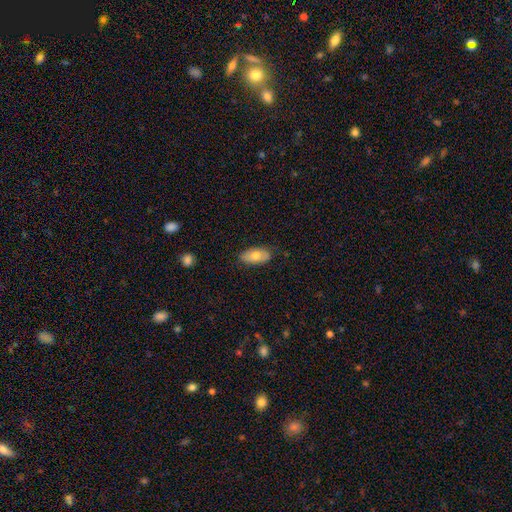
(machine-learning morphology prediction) Q: Smooth or featured?
A: smooth (72%); runner-up: featured or disk (22%)
Q: How rounded?
A: in between (91%); runner-up: cigar-shaped (6%)
Q: Merging?
A: none (80%); runner-up: minor disturbance (16%)